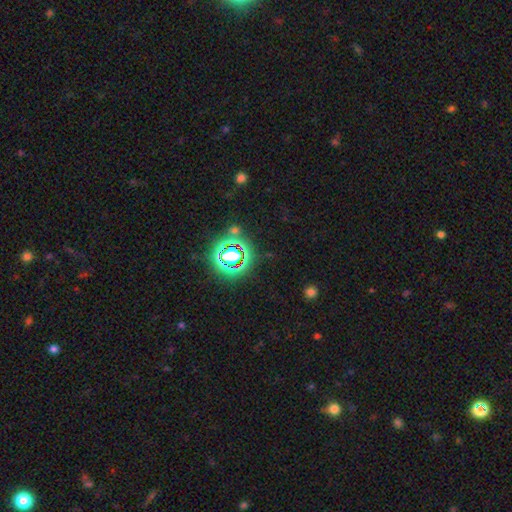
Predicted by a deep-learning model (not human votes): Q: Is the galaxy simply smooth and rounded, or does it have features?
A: star or artifact — 77%.